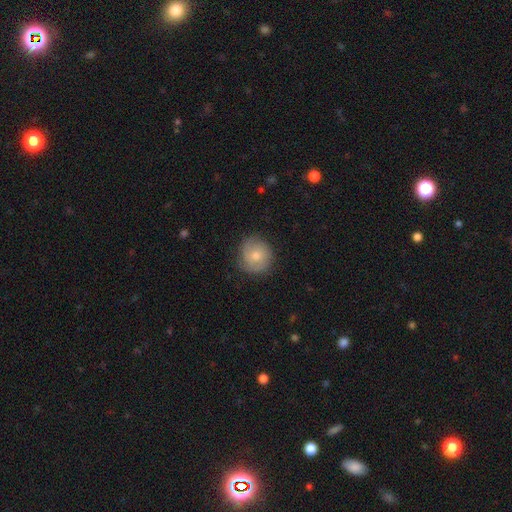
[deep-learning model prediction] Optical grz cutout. It shows a smooth galaxy with no disk features (61%) that is round (90%). Merging: none (78%).